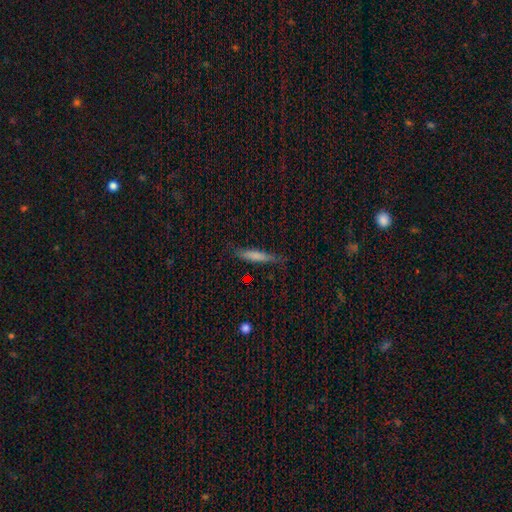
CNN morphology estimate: A smooth galaxy with no disk features (69%) that is cigar-shaped (88%).

Vote fractions:
- Smooth or featured? smooth: 69% / featured or disk: 23% / star or artifact: 7%
- How rounded? cigar-shaped: 88% / in between: 10% / round: 2%
- Merging? none: 76% / minor disturbance: 18% / major disturbance: 4% / merger: 2%